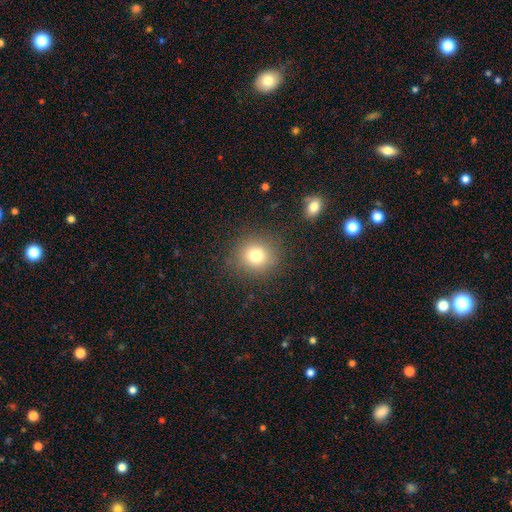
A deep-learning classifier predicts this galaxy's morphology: A smooth galaxy with no disk features (76%) that is round (87%). Merging: none (87%).